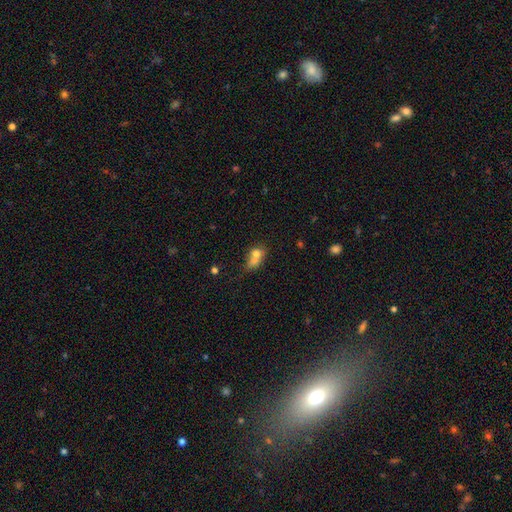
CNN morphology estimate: Smooth or featured: smooth — 69% (featured or disk — 19%)
How rounded: in between — 49% (round — 48%)
Merging: merger — 60% (none — 23%)